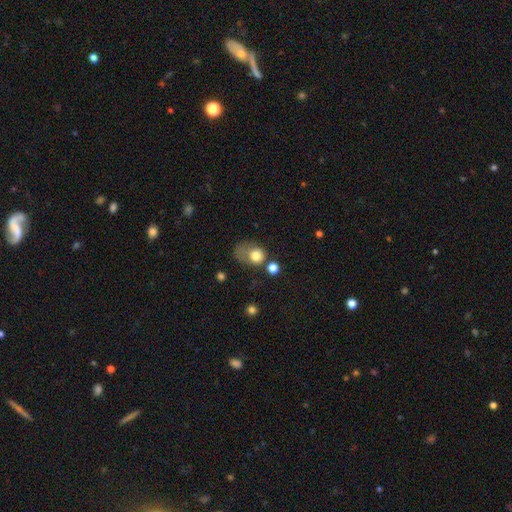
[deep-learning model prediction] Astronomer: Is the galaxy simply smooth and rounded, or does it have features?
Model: smooth — 76%.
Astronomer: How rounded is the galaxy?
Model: round — 56% (runner-up: in between, 43%).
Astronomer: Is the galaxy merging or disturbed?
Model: major disturbance — 38% (runner-up: minor disturbance, 26%).